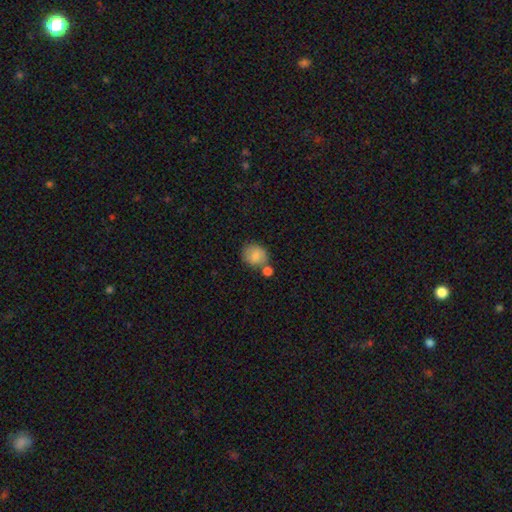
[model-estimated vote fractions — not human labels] smooth 81%, featured or disk 10%, star or artifact 8%. Down the decision tree: how rounded — round (72%); merging — none (56%).